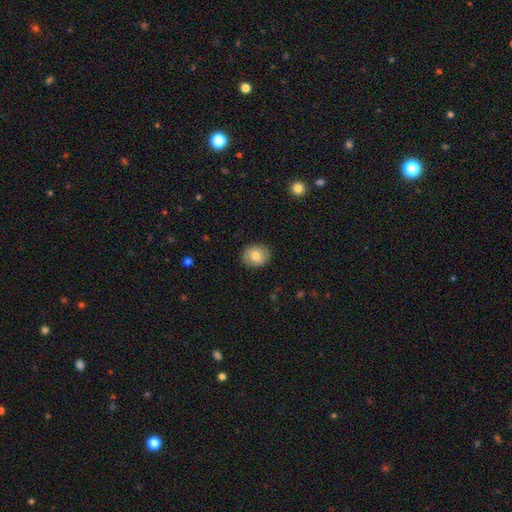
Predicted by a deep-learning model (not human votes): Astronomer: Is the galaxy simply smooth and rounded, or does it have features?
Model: smooth — 78%.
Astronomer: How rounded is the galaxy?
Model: round — 67%.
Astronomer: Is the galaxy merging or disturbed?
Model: none — 87%.